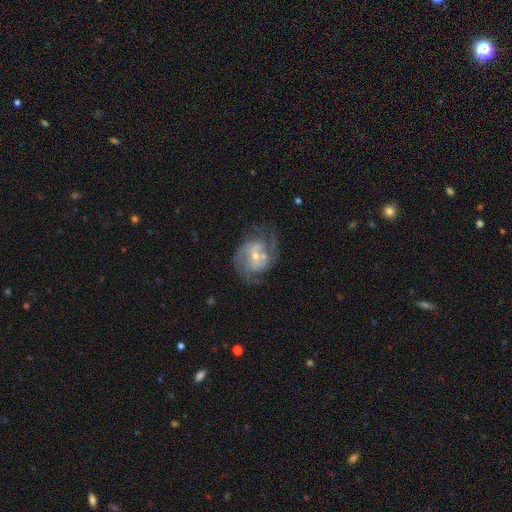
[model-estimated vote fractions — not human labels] A featured or disk galaxy (81%) with no bar (51%), 2 (52%) medium (47%) spiral arms (92%) and a small central bulge (55%).

Vote fractions:
- Smooth or featured? featured or disk: 81% / smooth: 11% / star or artifact: 8%
- Edge-on disk? no: 97% / yes: 3%
- Bar? no: 51% / weak: 38% / strong: 11%
- Spiral arms? yes: 92% / no: 8%
- Spiral winding? medium: 47% / tight: 34% / loose: 18%
- Spiral arm count? 2: 52% / can't tell: 19% / 3: 16% / 4: 4% / 1: 4% / more than 4: 4%
- Bulge size? small: 55% / moderate: 40% / large: 2% / none: 2% / dominant: 1%
- Merging? none: 60% / minor disturbance: 17% / major disturbance: 13% / merger: 10%